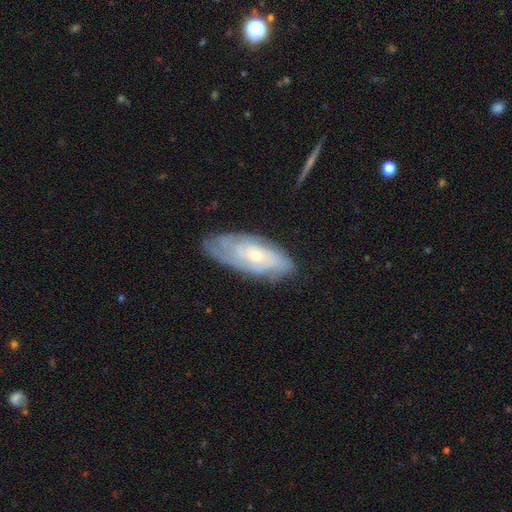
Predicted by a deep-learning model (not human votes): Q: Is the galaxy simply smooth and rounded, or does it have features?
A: featured or disk — 71%.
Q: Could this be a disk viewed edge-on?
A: no — 88%.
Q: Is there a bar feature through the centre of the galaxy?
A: no — 77%.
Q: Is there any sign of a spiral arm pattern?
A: yes — 88%.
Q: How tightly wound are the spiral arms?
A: tight — 68%.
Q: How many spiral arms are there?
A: can't tell — 53%.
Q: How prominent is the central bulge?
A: small — 62%.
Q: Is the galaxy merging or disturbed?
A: none — 70%.